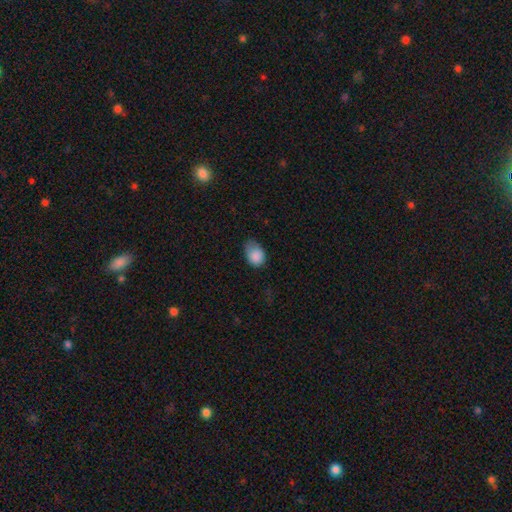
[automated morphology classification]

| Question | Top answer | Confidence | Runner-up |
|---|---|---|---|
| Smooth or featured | smooth | 86% | star or artifact (8%) |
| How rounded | in between | 73% | round (26%) |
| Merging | none | 42% | tied: minor disturbance (42%) |